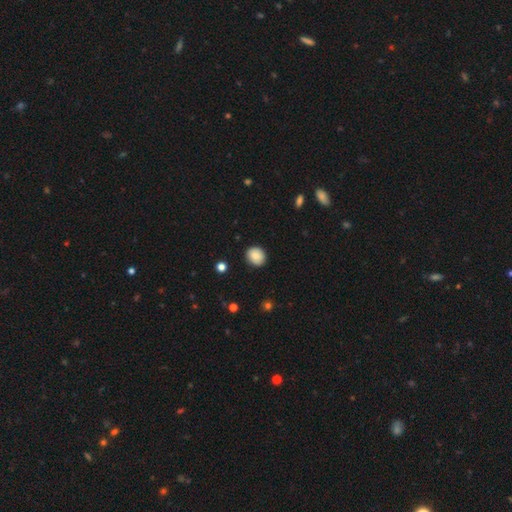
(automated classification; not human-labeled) A smooth galaxy with no disk features (85%) that is round (67%). Merging: none (88%).